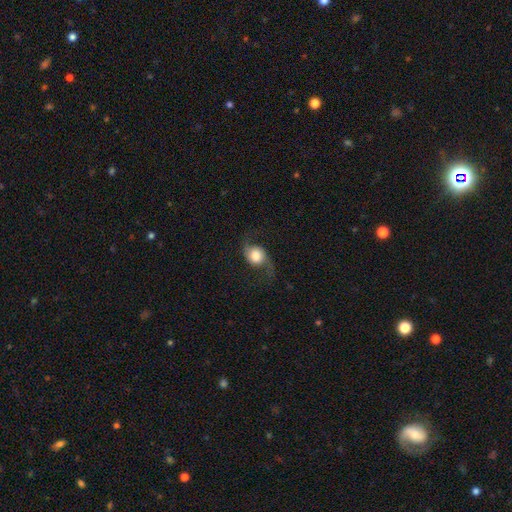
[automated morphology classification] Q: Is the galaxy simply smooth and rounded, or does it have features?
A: featured or disk — 61%.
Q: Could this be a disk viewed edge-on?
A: no — 93%.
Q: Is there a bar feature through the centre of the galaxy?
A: no — 71%.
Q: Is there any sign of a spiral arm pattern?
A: yes — 92%.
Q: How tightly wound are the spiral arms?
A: loose — 82%.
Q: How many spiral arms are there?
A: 2 — 91%.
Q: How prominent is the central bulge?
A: large — 41%.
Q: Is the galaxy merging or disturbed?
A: none — 67%.